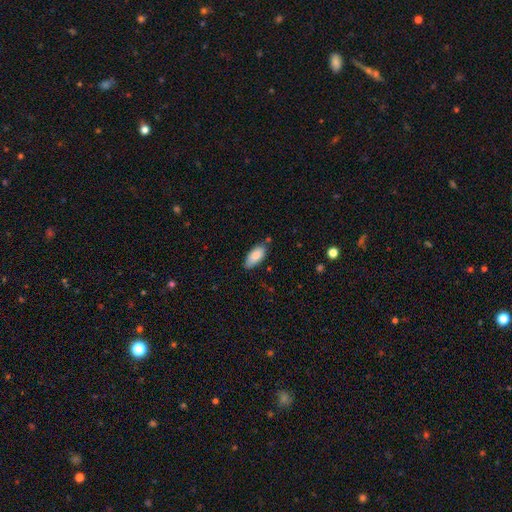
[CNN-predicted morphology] This is clearly a smooth galaxy (86%). How rounded: clearly in between (89%). Merging: likely none (75%).